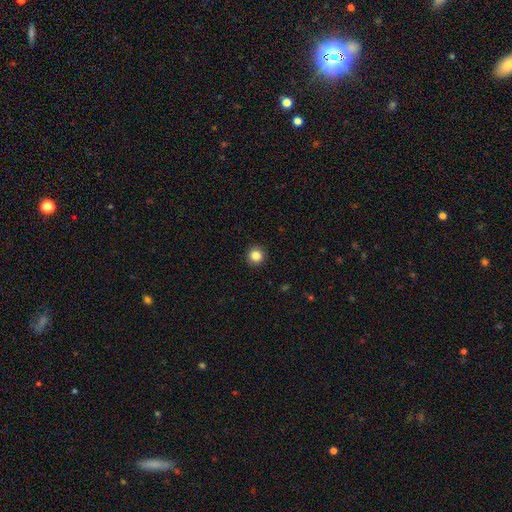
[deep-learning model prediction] Smooth or featured? smooth (84%)
How rounded? round (94%)
Merging? none (93%)